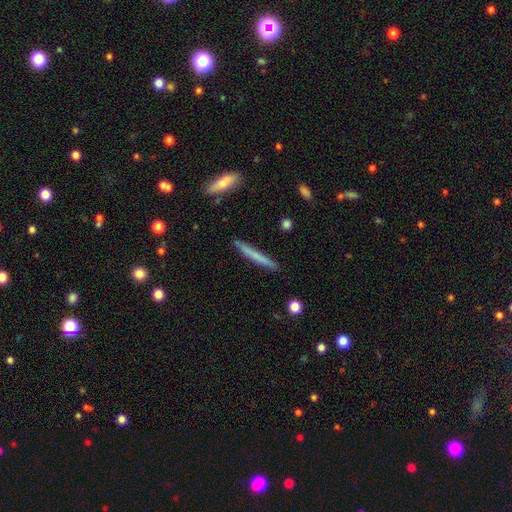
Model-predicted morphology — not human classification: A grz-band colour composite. It shows a smooth galaxy with no disk features (62%) that is cigar-shaped (96%). Merging: none (89%).